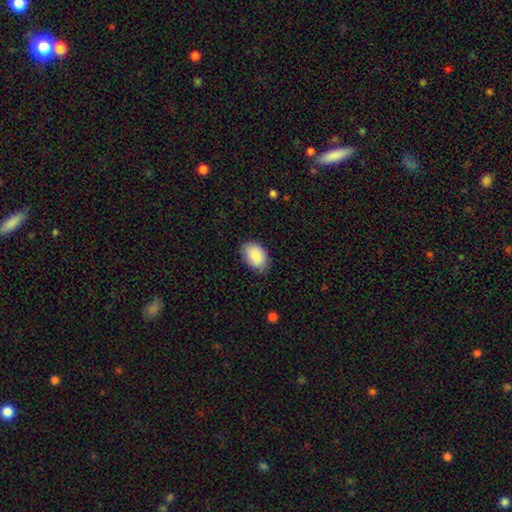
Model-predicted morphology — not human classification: Q: Smooth or featured?
A: smooth (86%); runner-up: featured or disk (8%)
Q: How rounded?
A: in between (86%); runner-up: round (13%)
Q: Merging?
A: none (78%); runner-up: minor disturbance (18%)